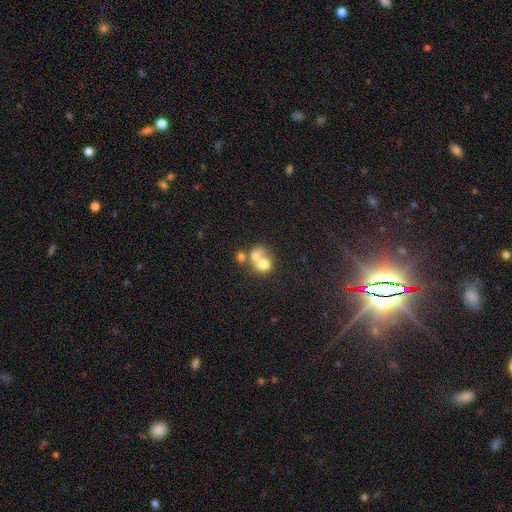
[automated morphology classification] A smooth galaxy with no disk features (67%) that is round (65%).

Vote fractions:
- Smooth or featured? smooth: 67% / featured or disk: 22% / star or artifact: 11%
- How rounded? round: 65% / in between: 34% / cigar-shaped: 1%
- Merging? merger: 66% / none: 24% / minor disturbance: 6% / major disturbance: 4%